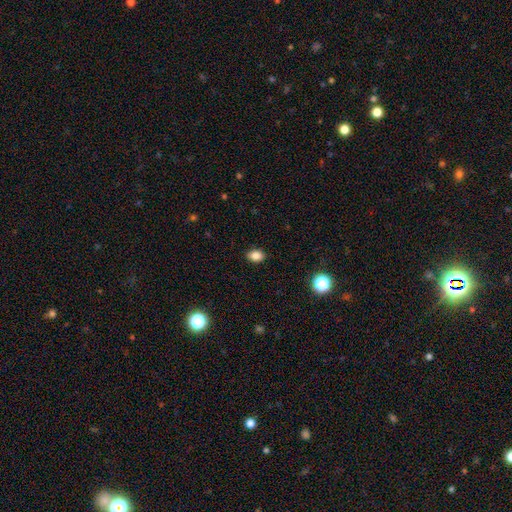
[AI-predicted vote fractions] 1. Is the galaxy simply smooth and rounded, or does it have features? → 85% smooth, 11% star or artifact, 4% featured or disk.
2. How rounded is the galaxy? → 73% in between, 26% round, 1% cigar-shaped.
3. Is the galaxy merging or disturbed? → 89% none, 8% minor disturbance, 2% major disturbance, 1% merger.